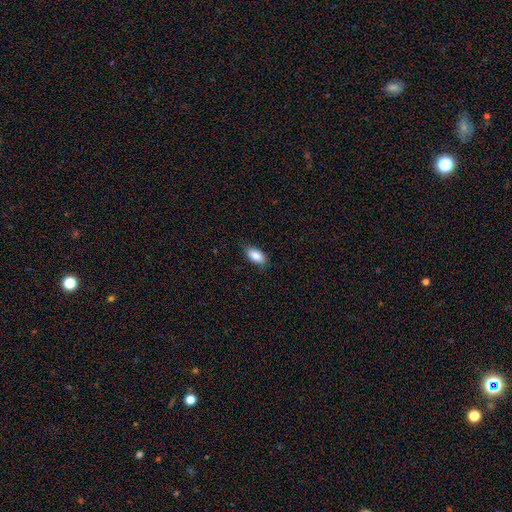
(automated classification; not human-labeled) Overall: smooth (85%). How rounded: in between (92%). Merging: none (82%).